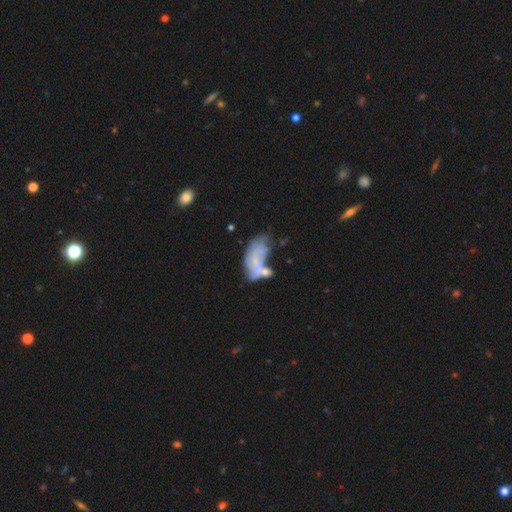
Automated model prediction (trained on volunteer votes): A featured or disk galaxy (48%). Merging: merger (36%).